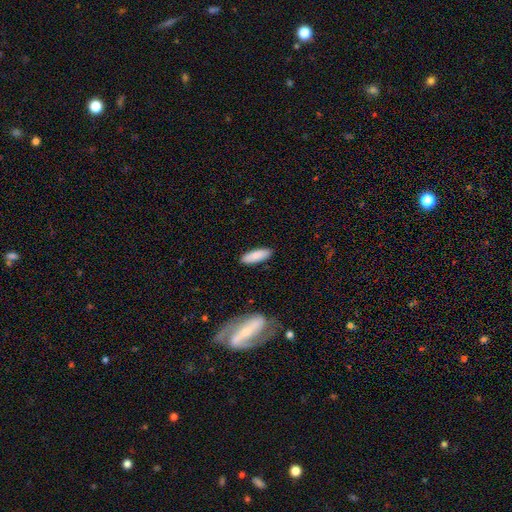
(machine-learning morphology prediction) This appears to be a smooth galaxy with no disk features (86%) that is in between round and cigar-shaped (62%). Merging: none (88%).